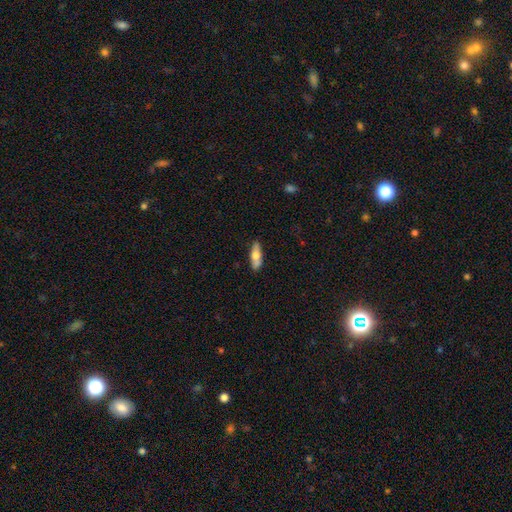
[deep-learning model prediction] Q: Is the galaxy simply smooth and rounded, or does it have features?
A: smooth — 64%.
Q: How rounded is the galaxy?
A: in between — 54%.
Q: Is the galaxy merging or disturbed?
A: none — 81%.